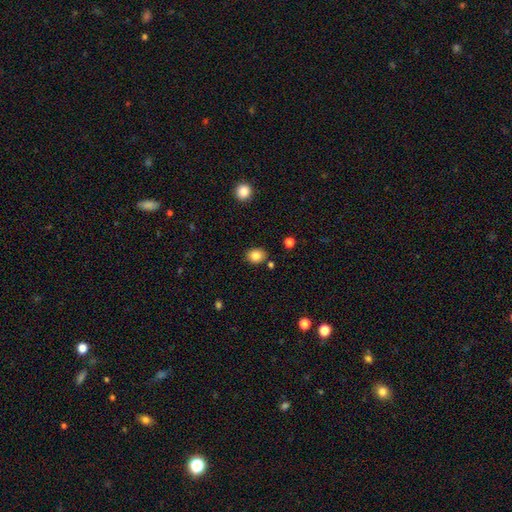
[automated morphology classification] type=smooth (83%); roundness=round (51%); merging=none (84%).